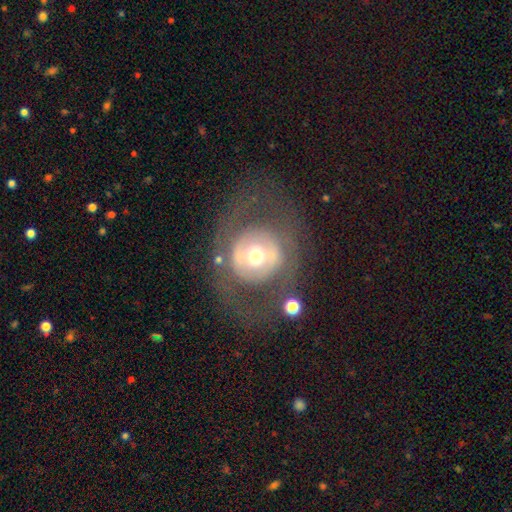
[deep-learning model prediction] This is possibly a featured or disk galaxy (60%). It is clearly not viewed edge-on (95%). Bar: likely no (64%). Spiral arm pattern: likely no (77%). Central bulge: likely moderate (66%). Merging: likely none (67%).